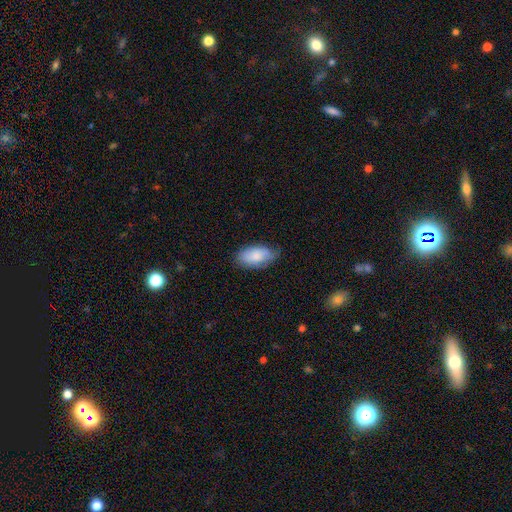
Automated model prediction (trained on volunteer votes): smooth 81%, featured or disk 13%, star or artifact 6%. Down the decision tree: how rounded — in between (94%); merging — none (64%).